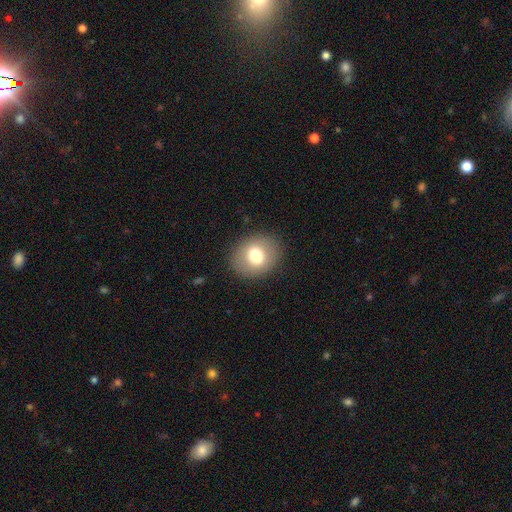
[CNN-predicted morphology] smooth_or_featured: smooth (p=0.74) [alt: featured or disk p=0.17]
how_rounded: round (p=0.58) [alt: in between p=0.41]
merging: none (p=0.88) [alt: minor disturbance p=0.08]